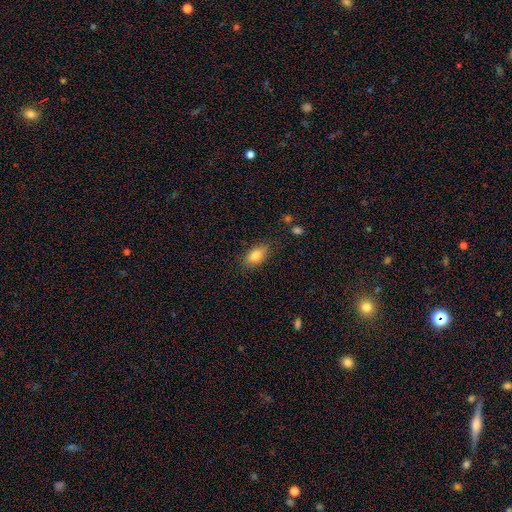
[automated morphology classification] Overall: smooth (81%). How rounded: in between (86%). Merging: none (82%).